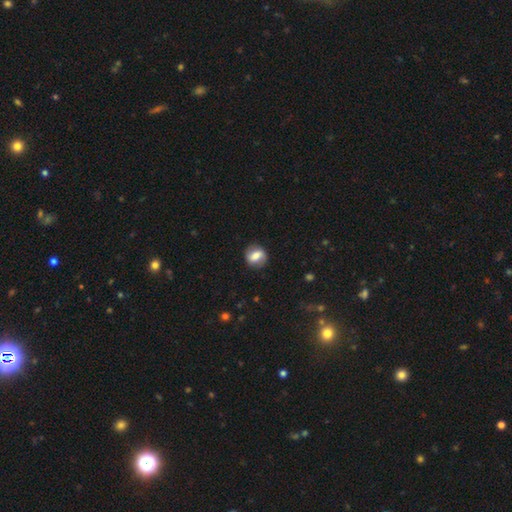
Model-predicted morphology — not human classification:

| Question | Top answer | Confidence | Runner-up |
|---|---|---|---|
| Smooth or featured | smooth | 58% | featured or disk (33%) |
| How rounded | round | 67% | in between (32%) |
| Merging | none | 83% | minor disturbance (12%) |